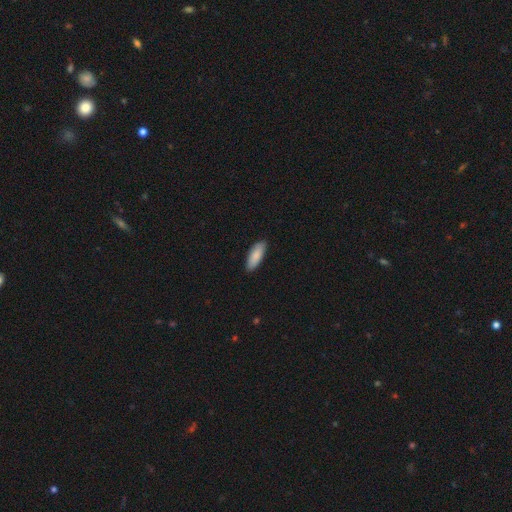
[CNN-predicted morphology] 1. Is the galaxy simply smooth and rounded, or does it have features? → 87% smooth, 7% featured or disk, 5% star or artifact.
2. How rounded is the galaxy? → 68% in between, 31% cigar-shaped, 2% round.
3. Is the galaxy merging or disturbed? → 89% none, 9% minor disturbance, 2% major disturbance, 1% merger.